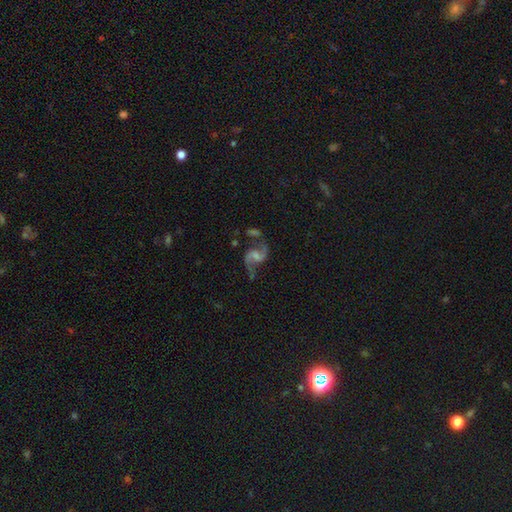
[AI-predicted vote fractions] featured or disk 87%, star or artifact 7%, smooth 6%. Down the decision tree: edge-on disk — no (98%); bar — weak (49%); spiral arms — yes (96%); spiral arm count — 2 (93%); spiral winding — loose (63%); bulge size — small (40%); merging — none (65%).